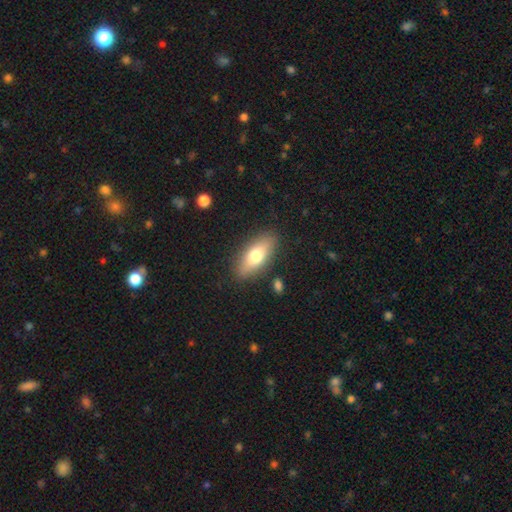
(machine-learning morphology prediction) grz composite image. It shows a smooth galaxy with no disk features (70%) that is in between round and cigar-shaped (77%). Merging: none (85%).